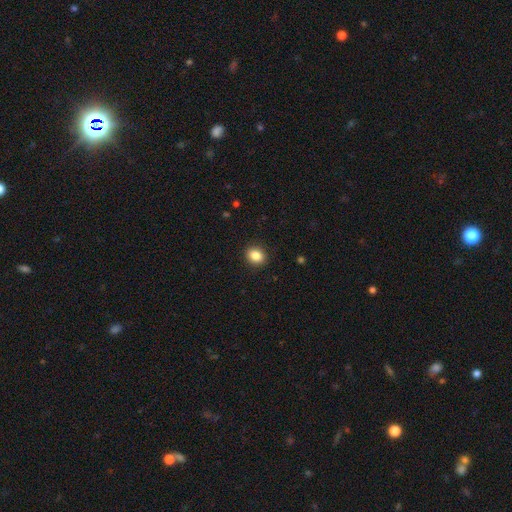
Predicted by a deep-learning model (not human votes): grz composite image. It shows a smooth galaxy with no disk features (85%) that is round (59%). Merging: none (91%).